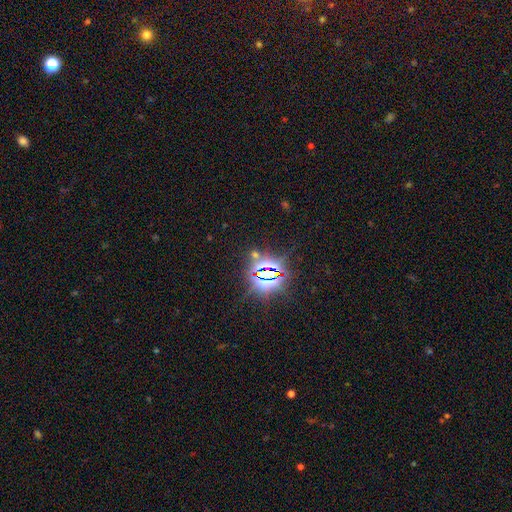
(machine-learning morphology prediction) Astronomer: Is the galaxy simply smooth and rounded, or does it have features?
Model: star or artifact — 82%.